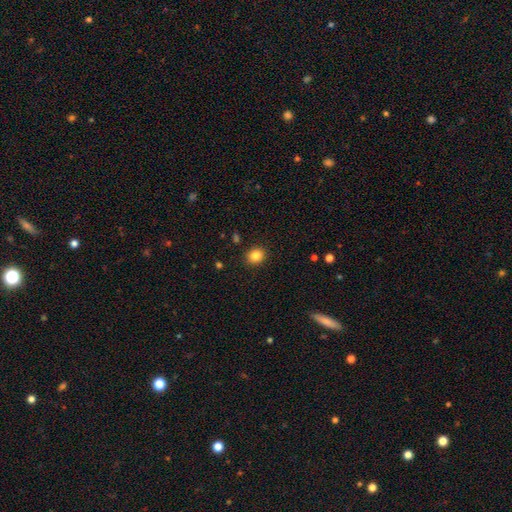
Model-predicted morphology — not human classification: Q: Smooth or featured?
A: smooth (84%); runner-up: star or artifact (11%)
Q: How rounded?
A: round (69%); runner-up: in between (30%)
Q: Merging?
A: none (91%); runner-up: minor disturbance (6%)